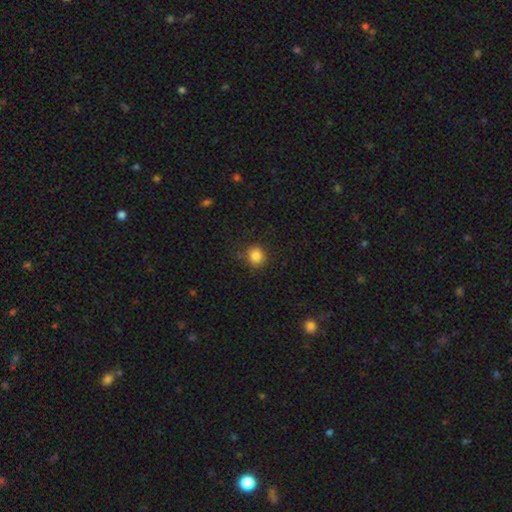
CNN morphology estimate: type=smooth (84%); roundness=round (85%); merging=none (81%).